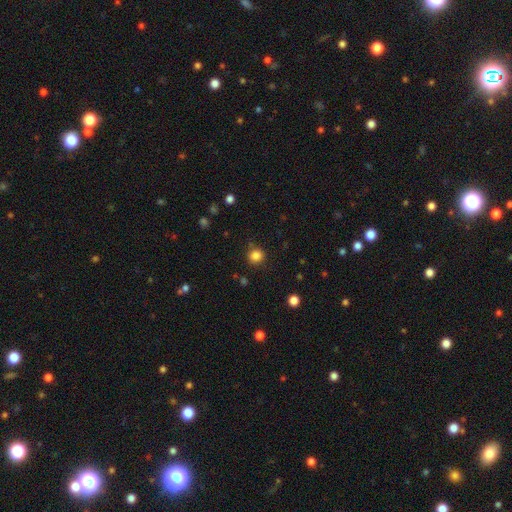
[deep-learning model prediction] A smooth galaxy with no disk features (84%) that is round (89%). Merging: none (85%).